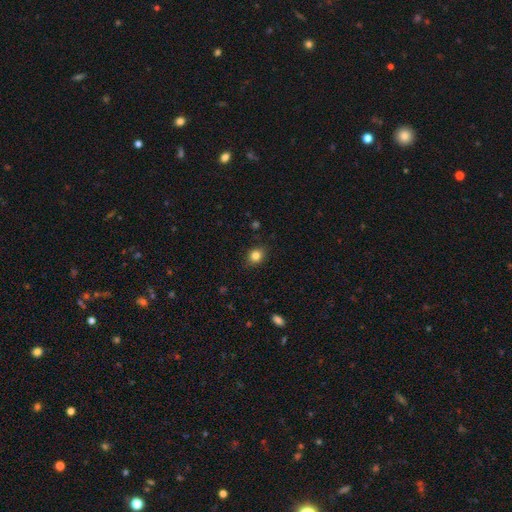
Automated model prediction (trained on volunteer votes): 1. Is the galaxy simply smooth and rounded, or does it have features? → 83% smooth, 11% star or artifact, 6% featured or disk.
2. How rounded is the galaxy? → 61% round, 38% in between, 1% cigar-shaped.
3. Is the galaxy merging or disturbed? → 85% none, 12% minor disturbance, 3% major disturbance, 1% merger.